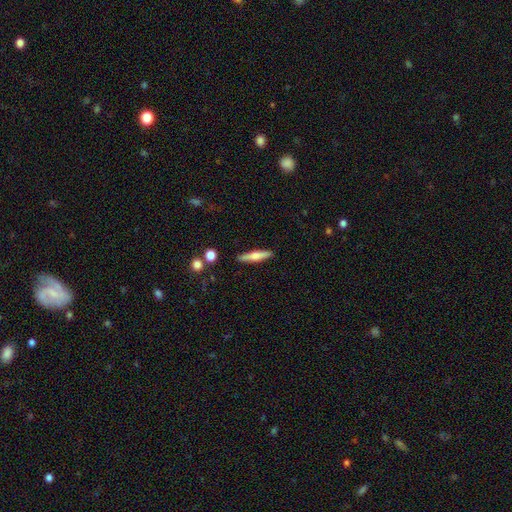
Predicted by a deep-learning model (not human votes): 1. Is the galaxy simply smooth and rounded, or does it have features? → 55% smooth, 38% featured or disk, 6% star or artifact.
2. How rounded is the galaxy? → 87% cigar-shaped, 11% in between, 2% round.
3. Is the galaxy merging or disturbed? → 89% none, 7% minor disturbance, 2% merger, 2% major disturbance.